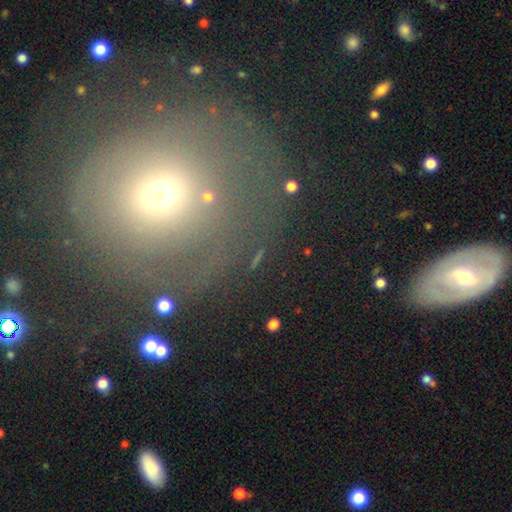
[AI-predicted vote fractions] The model was most divided on "smooth or featured": star or artifact: 41%, smooth: 35%, featured or disk: 24%.